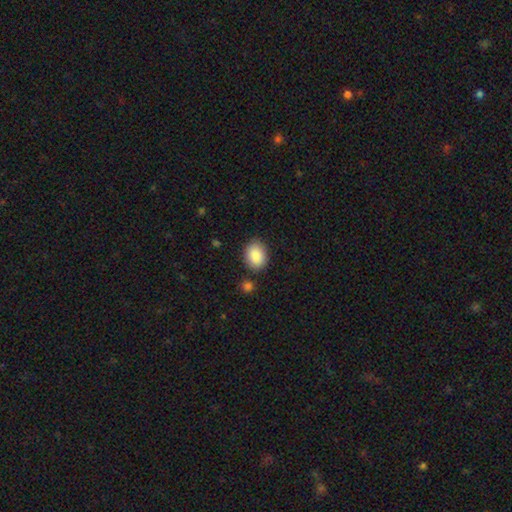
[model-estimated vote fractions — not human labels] This appears to be a smooth galaxy with no disk features (89%) that is in between round and cigar-shaped (67%). Merging: none (80%).